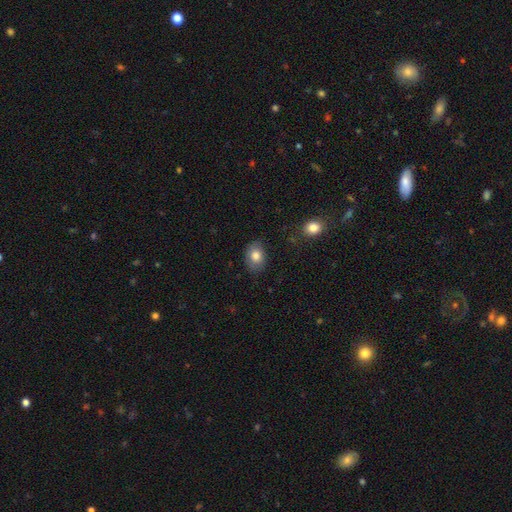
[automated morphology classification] A smooth galaxy with no disk features (80%) that is in between round and cigar-shaped (72%). Merging: none (78%).